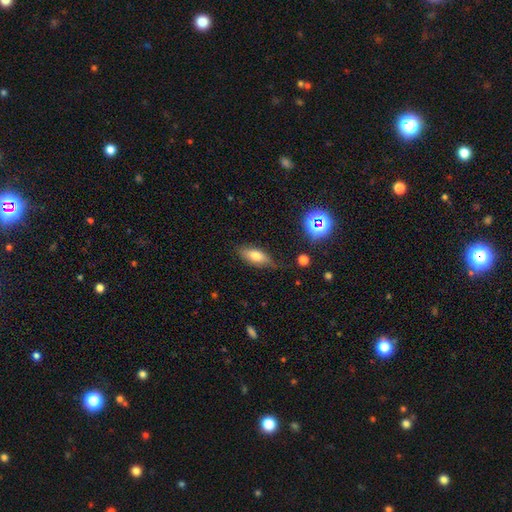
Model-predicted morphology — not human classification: The model was most divided on "merging": none: 66%, minor disturbance: 26%, major disturbance: 6%, merger: 2%. More confident: how rounded — in between (76%); smooth or featured — smooth (70%).